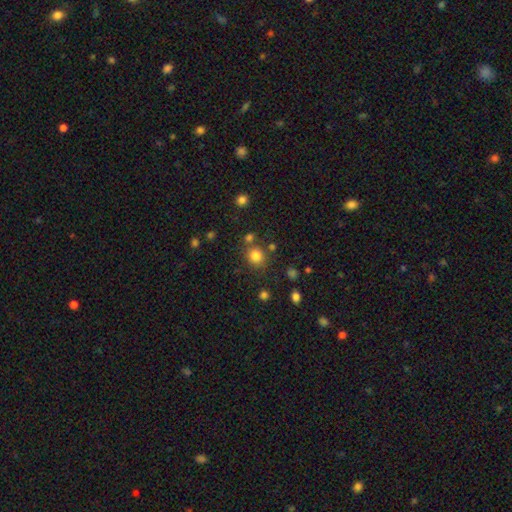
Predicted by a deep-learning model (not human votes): Smooth or featured: smooth — 81% (star or artifact — 13%)
How rounded: round — 84% (in between — 15%)
Merging: none — 73% (merger — 12%)